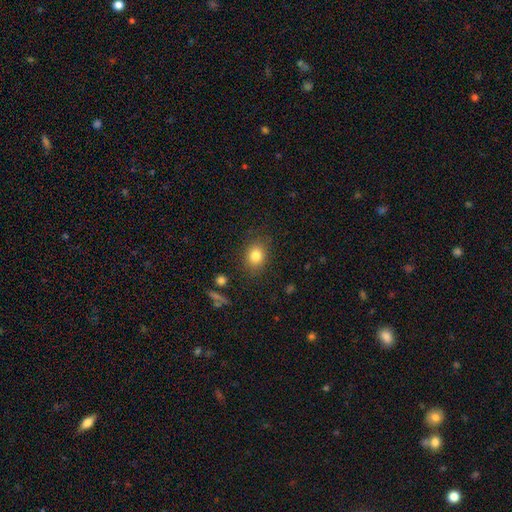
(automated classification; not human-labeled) Smooth or featured? Predicted: smooth (p=0.82). How rounded? Predicted: round (p=0.54). Merging? Predicted: none (p=0.83).